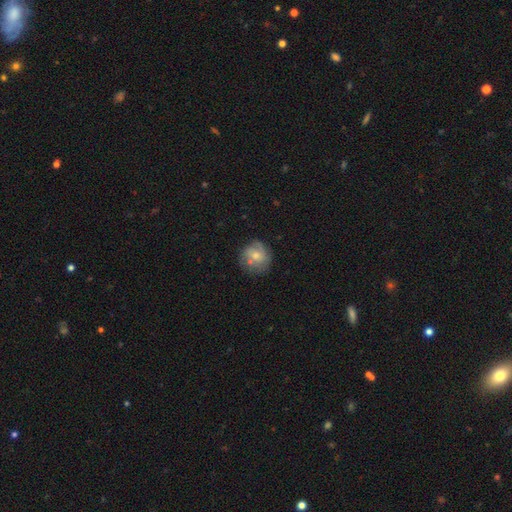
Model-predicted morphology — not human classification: A smooth galaxy with no disk features (56%) that is round (86%).

Vote fractions:
- Smooth or featured? smooth: 56% / featured or disk: 35% / star or artifact: 8%
- How rounded? round: 86% / in between: 13% / cigar-shaped: 1%
- Merging? none: 66% / minor disturbance: 21% / major disturbance: 7% / merger: 7%